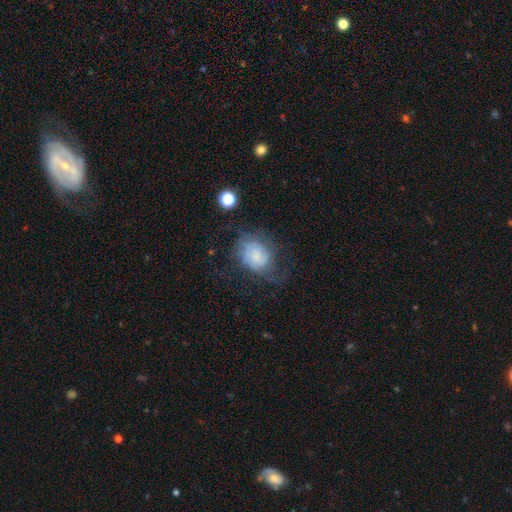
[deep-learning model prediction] smooth_or_featured: smooth (p=0.48) [alt: featured or disk p=0.41]
merging: none (p=0.39) [alt: major disturbance p=0.33]